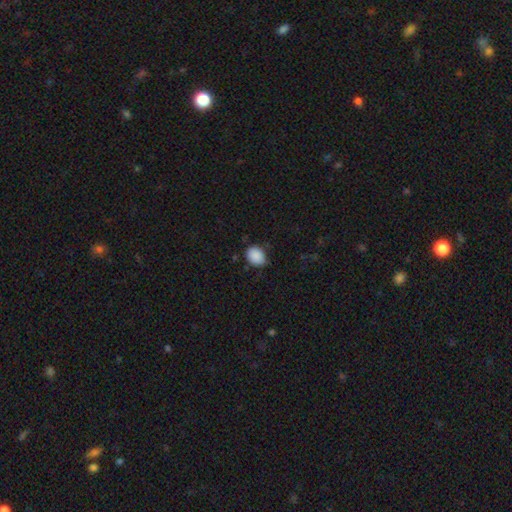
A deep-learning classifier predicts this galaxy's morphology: This is clearly a smooth galaxy (89%). How rounded: possibly in between (55%). Merging: likely none (75%).